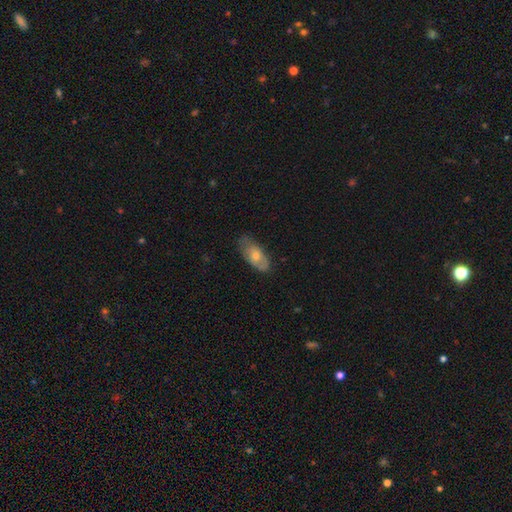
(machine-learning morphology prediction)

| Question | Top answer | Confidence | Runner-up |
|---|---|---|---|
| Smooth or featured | smooth | 53% | featured or disk (40%) |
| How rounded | in between | 86% | cigar-shaped (10%) |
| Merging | none | 67% | minor disturbance (25%) |